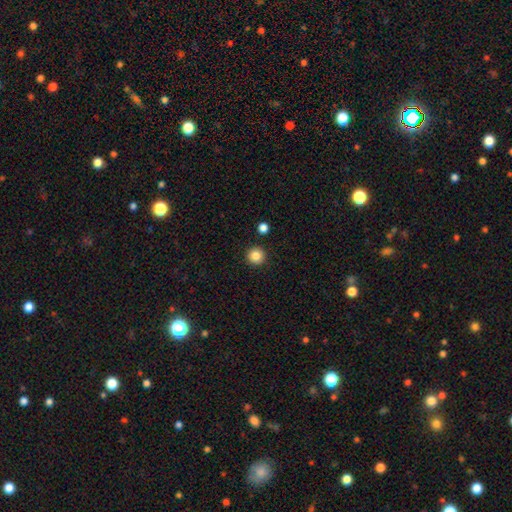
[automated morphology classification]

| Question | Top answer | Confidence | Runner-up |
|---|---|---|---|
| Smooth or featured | smooth | 85% | star or artifact (10%) |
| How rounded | round | 95% | in between (4%) |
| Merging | none | 91% | minor disturbance (5%) |